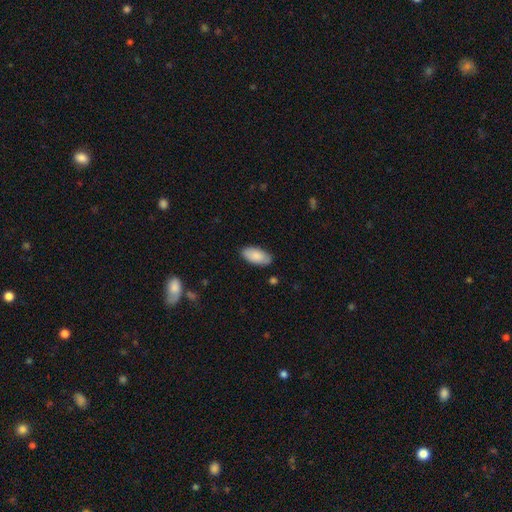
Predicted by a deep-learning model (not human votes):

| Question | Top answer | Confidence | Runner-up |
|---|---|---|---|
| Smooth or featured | smooth | 87% | featured or disk (7%) |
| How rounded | in between | 93% | cigar-shaped (5%) |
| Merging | none | 85% | minor disturbance (11%) |